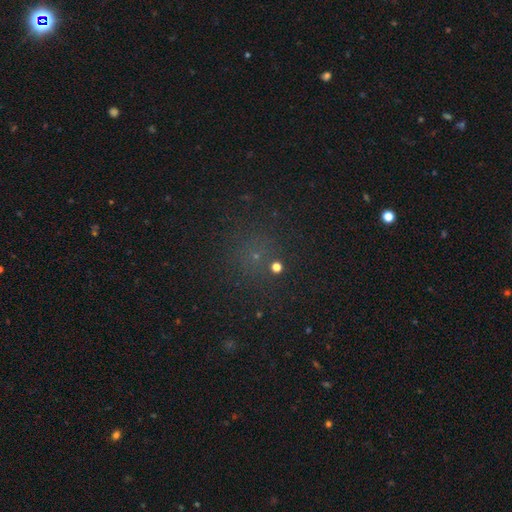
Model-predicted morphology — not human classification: type=smooth (46%); merging=none (81%).